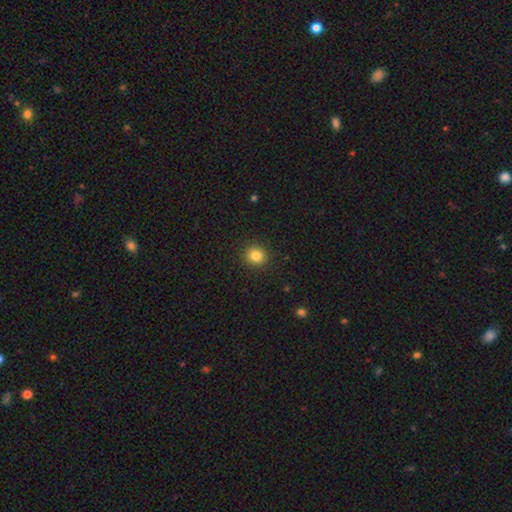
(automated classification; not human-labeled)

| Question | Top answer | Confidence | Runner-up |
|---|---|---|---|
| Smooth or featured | smooth | 83% | star or artifact (11%) |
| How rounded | round | 87% | in between (12%) |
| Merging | none | 92% | minor disturbance (5%) |